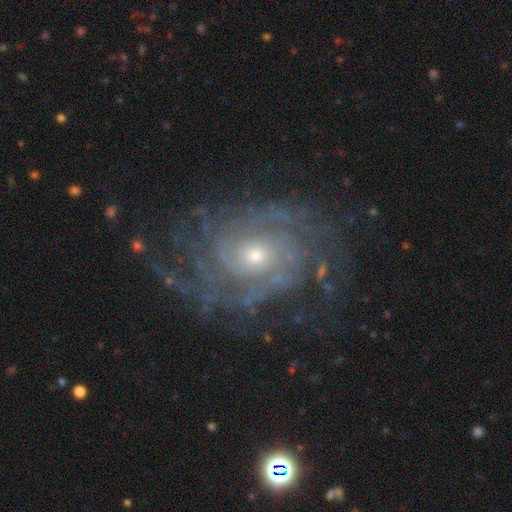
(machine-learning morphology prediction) smooth_or_featured: featured or disk (p=0.89) [alt: star or artifact p=0.07]
disk_edge_on: no (p=0.97) [alt: yes p=0.03]
bar: no (p=0.76) [alt: weak p=0.19]
has_spiral_arms: yes (p=0.96) [alt: no p=0.04]
spiral_winding: tight (p=0.67) [alt: medium p=0.27]
spiral_arm_count: can't tell (p=0.32) [alt: 2 p=0.21]
bulge_size: small (p=0.55) [alt: moderate p=0.41]
merging: none (p=0.71) [alt: minor disturbance p=0.16]